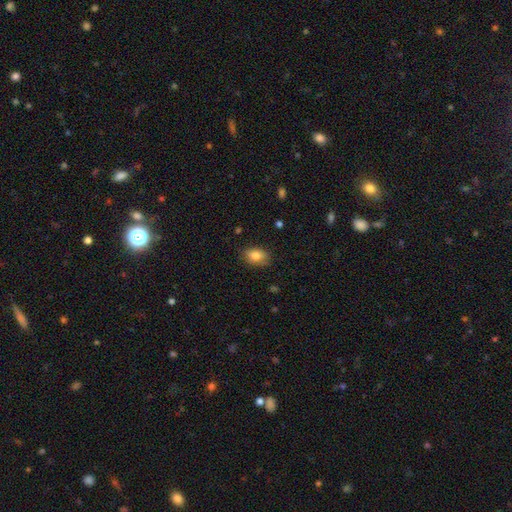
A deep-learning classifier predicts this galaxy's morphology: Overall: smooth (82%). How rounded: in between (83%). Merging: none (79%).